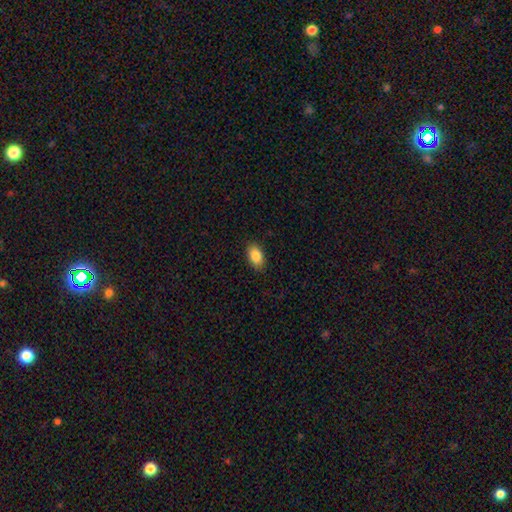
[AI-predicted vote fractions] smooth 86%, star or artifact 7%, featured or disk 6%. Down the decision tree: how rounded — in between (91%); merging — none (88%).